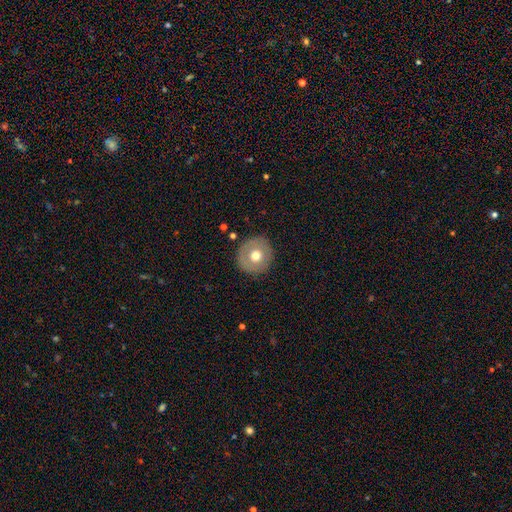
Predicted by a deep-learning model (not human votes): Q: Smooth or featured?
A: smooth (61%); runner-up: featured or disk (31%)
Q: How rounded?
A: round (94%); runner-up: in between (5%)
Q: Merging?
A: none (89%); runner-up: minor disturbance (8%)